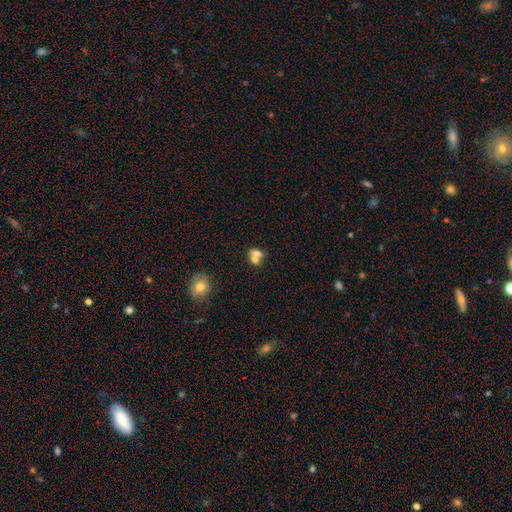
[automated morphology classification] The model was most divided on "how rounded": round: 51%, in between: 47%, cigar-shaped: 2%. More confident: smooth or featured — smooth (69%); merging — merger (58%).